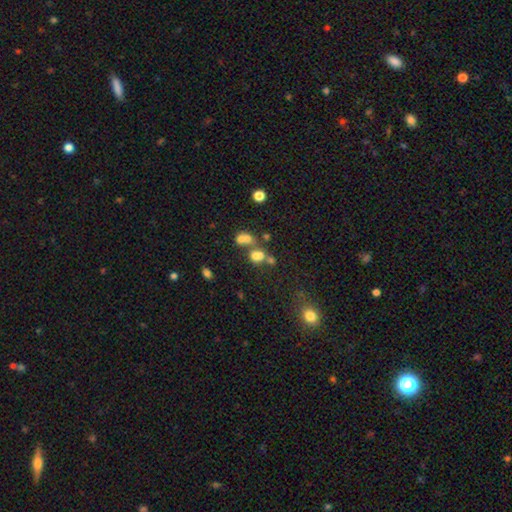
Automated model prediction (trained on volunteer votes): A smooth galaxy with no disk features (64%) that is round (51%).

Vote fractions:
- Smooth or featured? smooth: 64% / star or artifact: 20% / featured or disk: 16%
- How rounded? round: 51% / in between: 47% / cigar-shaped: 2%
- Merging? merger: 49% / none: 36% / minor disturbance: 9% / major disturbance: 6%